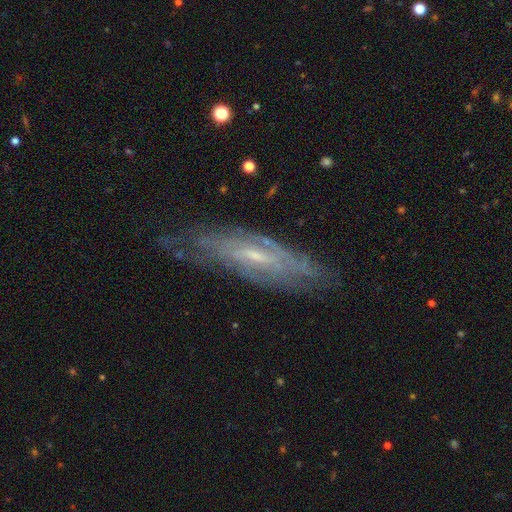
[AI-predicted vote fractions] A featured or disk galaxy (74%).

Vote fractions:
- Smooth or featured? featured or disk: 74% / smooth: 17% / star or artifact: 9%
- Edge-on disk? no: 60% / yes: 40%
- Merging? none: 73% / minor disturbance: 19% / major disturbance: 6% / merger: 2%